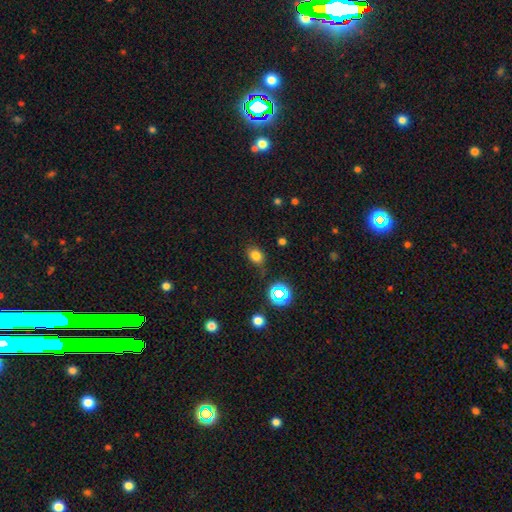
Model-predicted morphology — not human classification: type=smooth (75%); roundness=in between (60%); merging=none (74%).